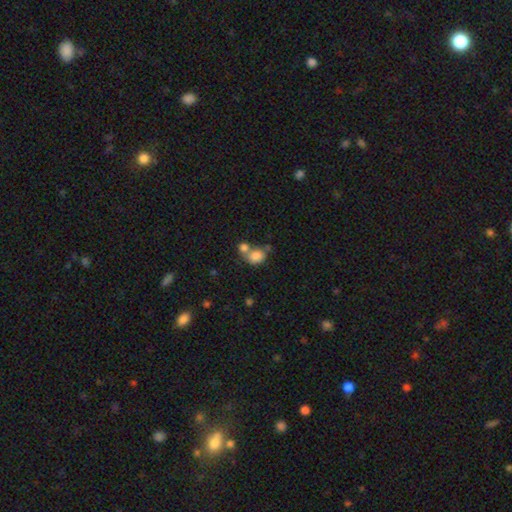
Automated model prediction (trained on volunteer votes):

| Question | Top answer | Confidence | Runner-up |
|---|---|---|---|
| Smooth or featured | smooth | 82% | star or artifact (9%) |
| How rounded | round | 52% | in between (47%) |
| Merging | merger | 50% | none (34%) |